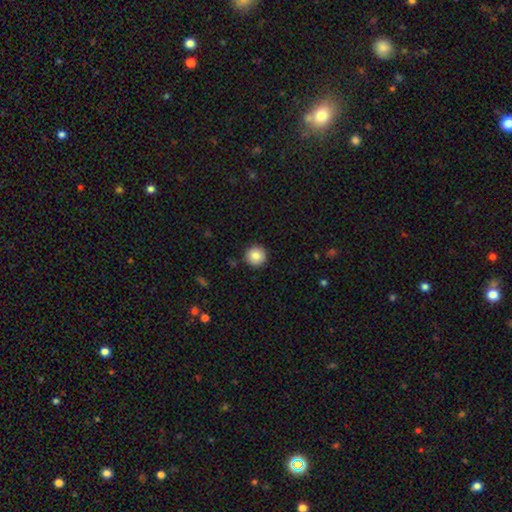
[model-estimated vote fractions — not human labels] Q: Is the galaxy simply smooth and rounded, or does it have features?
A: smooth — 85%.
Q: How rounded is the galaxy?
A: round — 96%.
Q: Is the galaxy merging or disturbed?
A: none — 91%.